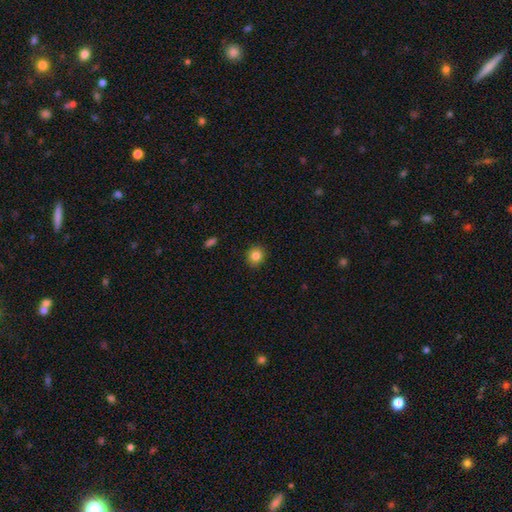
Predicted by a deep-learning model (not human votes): Smooth or featured? Predicted: smooth (p=0.84). How rounded? Predicted: round (p=0.85). Merging? Predicted: none (p=0.91).